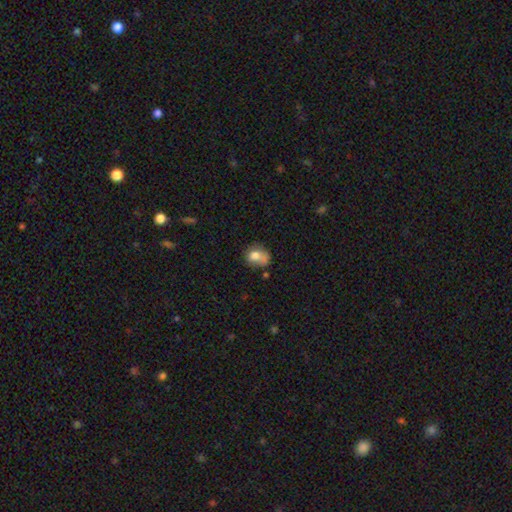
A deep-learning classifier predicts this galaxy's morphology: A smooth galaxy with no disk features (74%) that is round (55%). Merging: none (37%).